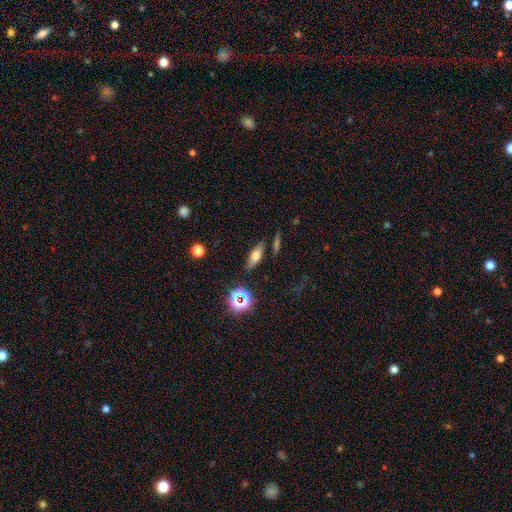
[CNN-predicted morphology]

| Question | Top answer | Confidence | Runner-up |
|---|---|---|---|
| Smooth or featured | smooth | 62% | featured or disk (25%) |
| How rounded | in between | 66% | cigar-shaped (27%) |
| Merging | none | 78% | minor disturbance (14%) |